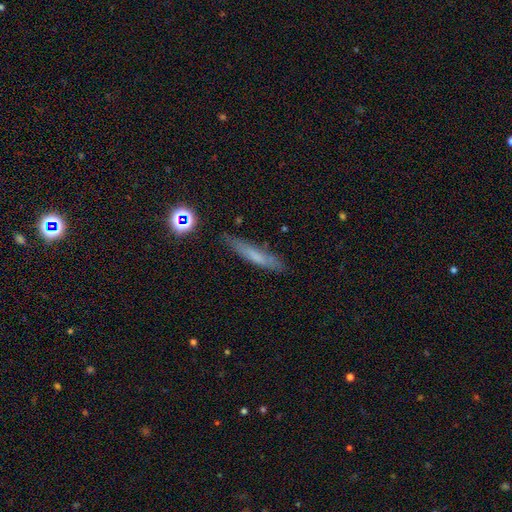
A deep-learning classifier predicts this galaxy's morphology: smooth_or_featured: smooth (p=0.59) [alt: featured or disk p=0.29]
how_rounded: cigar-shaped (p=0.89) [alt: in between p=0.09]
merging: none (p=0.78) [alt: minor disturbance p=0.16]